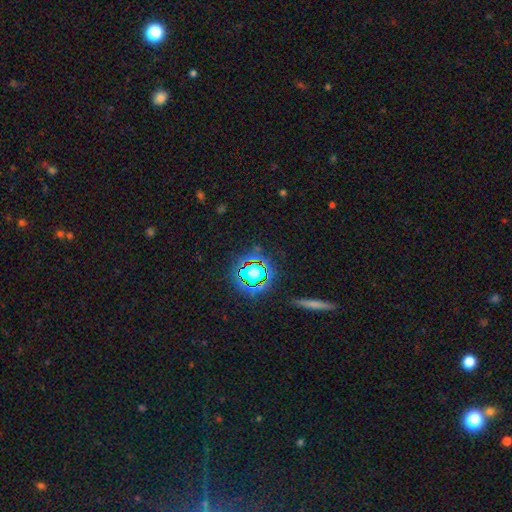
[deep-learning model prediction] Overall: star or artifact (74%).